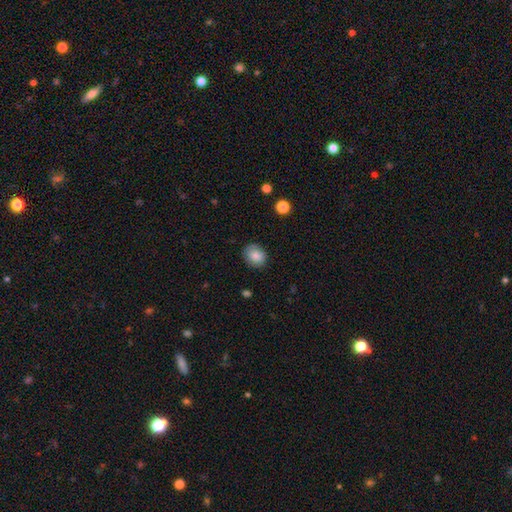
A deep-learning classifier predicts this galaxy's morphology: Q: Smooth or featured?
A: smooth (85%); runner-up: star or artifact (8%)
Q: How rounded?
A: round (64%); runner-up: in between (36%)
Q: Merging?
A: none (82%); runner-up: minor disturbance (14%)